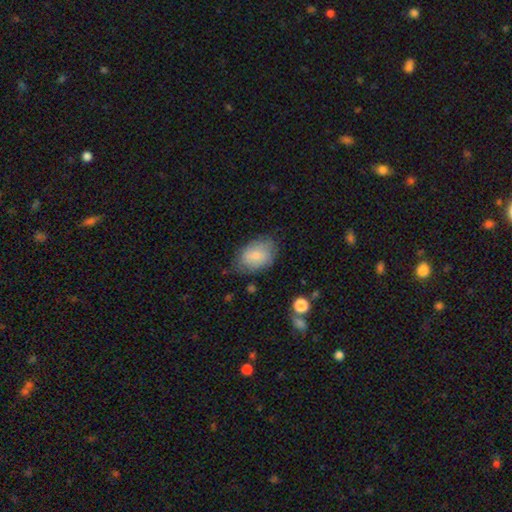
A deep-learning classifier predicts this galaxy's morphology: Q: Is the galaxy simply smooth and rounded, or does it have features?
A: smooth — 74%.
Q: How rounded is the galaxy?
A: in between — 78%.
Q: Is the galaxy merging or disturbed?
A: none — 63%.